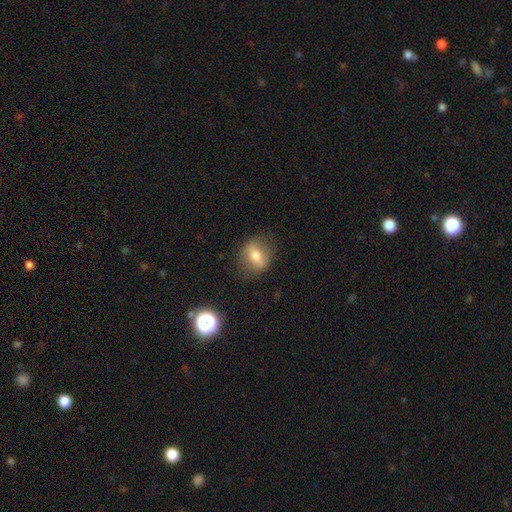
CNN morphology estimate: A smooth galaxy with no disk features (58%) that is in between round and cigar-shaped (55%). Merging: none (79%).